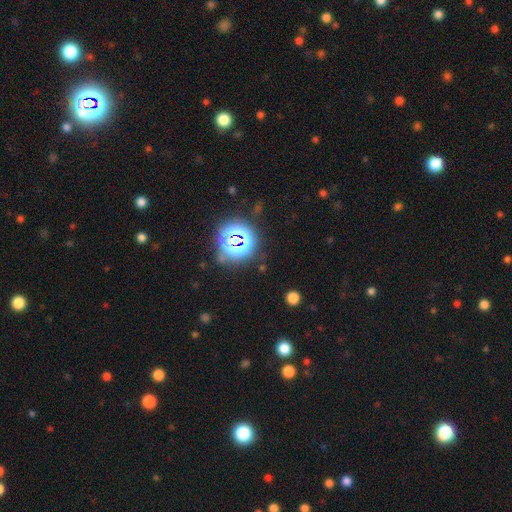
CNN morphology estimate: This appears to be a star or artifact, not a galaxy (79%).